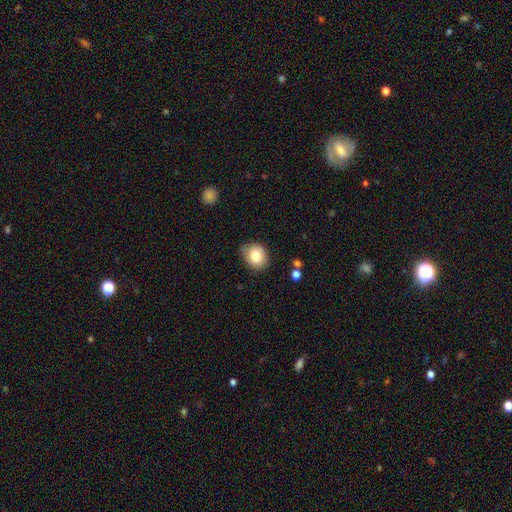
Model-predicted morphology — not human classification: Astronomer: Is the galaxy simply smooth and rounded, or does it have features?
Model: smooth — 81%.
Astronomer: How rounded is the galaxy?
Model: round — 58% (runner-up: in between, 41%).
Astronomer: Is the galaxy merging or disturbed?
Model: none — 72%.